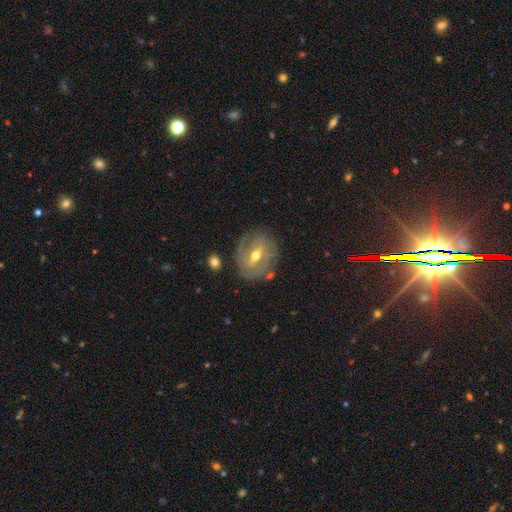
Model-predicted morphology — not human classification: Smooth or featured?
  - featured or disk: 75% *
  - smooth: 18%
  - star or artifact: 7%
Edge-on disk?
  - no: 93% *
  - yes: 7%
Bar?
  - weak: 46% *
  - strong: 39%
  - no: 15%
Spiral arms?
  - yes: 76% *
  - no: 24%
Spiral winding?
  - tight: 56% *
  - medium: 32%
  - loose: 12%
Spiral arm count?
  - 2: 45% *
  - can't tell: 32%
  - 3: 10%
  - 1: 7%
  - 4: 3%
  - more than 4: 3%
Bulge size?
  - moderate: 69% *
  - small: 27%
  - large: 3%
  - none: 1%
  - dominant: 1%
Merging?
  - none: 76% *
  - minor disturbance: 16%
  - major disturbance: 6%
  - merger: 3%